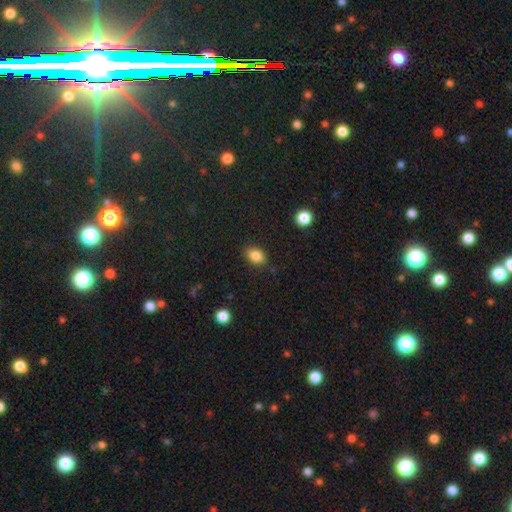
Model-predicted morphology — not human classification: This appears to be a smooth galaxy with no disk features (85%) that is in between round and cigar-shaped (75%). Merging: none (84%).